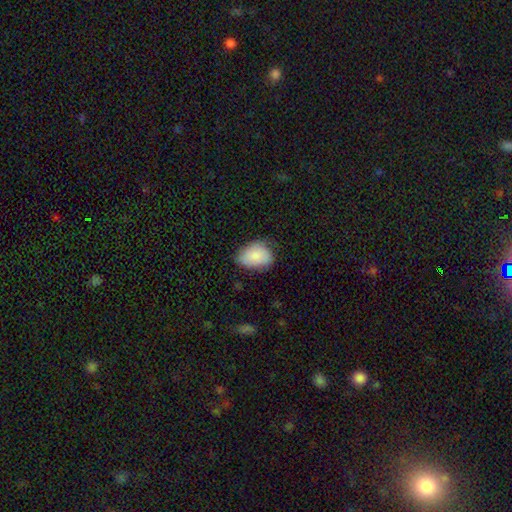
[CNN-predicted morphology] This is clearly a smooth galaxy (82%). How rounded: clearly in between (82%). Merging: possibly none (57%).